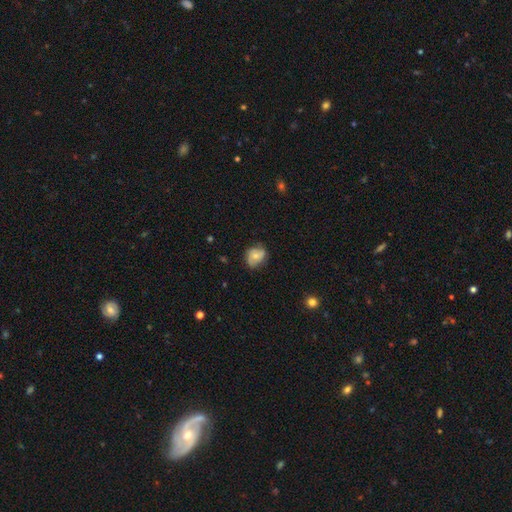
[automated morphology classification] Overall: featured or disk (48%; smooth 44%). Merging: none (64%; minor disturbance 27%).